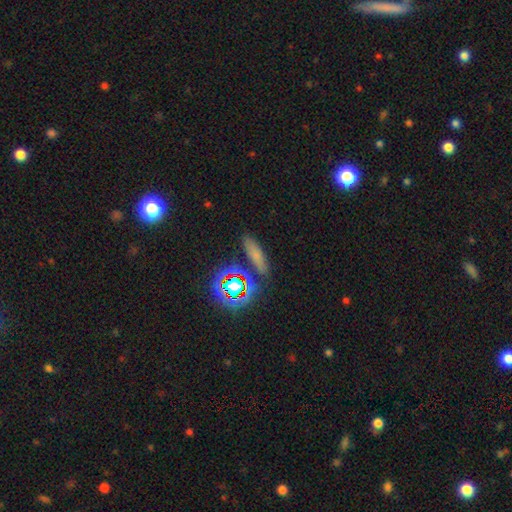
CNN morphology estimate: Smooth or featured?
  - smooth: 61% *
  - star or artifact: 25%
  - featured or disk: 14%
How rounded?
  - cigar-shaped: 51% *
  - in between: 38%
  - round: 11%
Merging?
  - none: 79% *
  - minor disturbance: 11%
  - merger: 6%
  - major disturbance: 4%